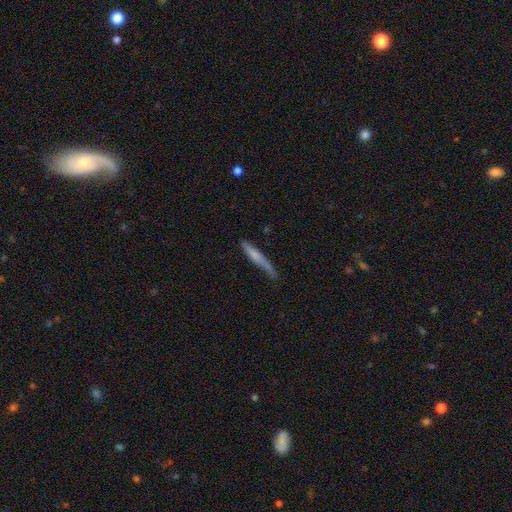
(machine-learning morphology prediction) This is likely a smooth galaxy (63%). How rounded: clearly cigar-shaped (93%). Merging: possibly none (56%).